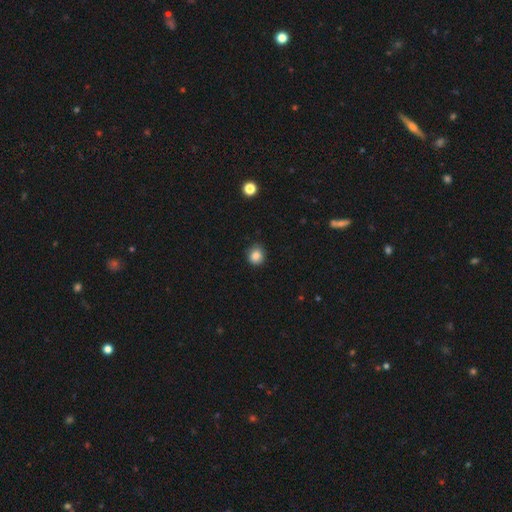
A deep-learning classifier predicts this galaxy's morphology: Smooth or featured? smooth (84%)
How rounded? round (83%)
Merging? none (84%)